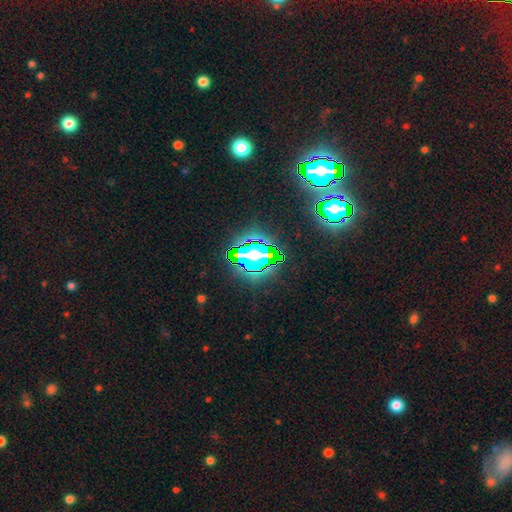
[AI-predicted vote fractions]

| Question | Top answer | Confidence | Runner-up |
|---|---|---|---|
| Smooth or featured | star or artifact | 81% | smooth (11%) |